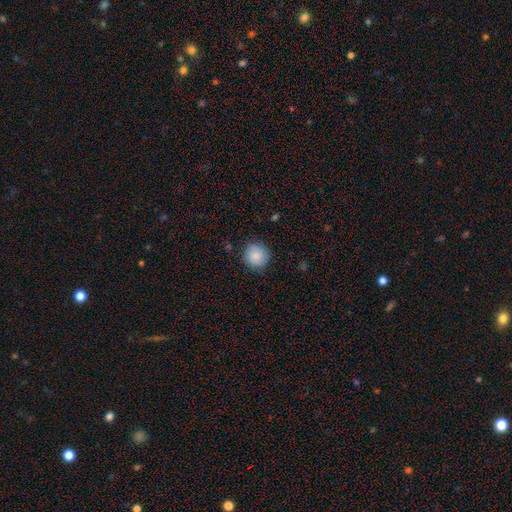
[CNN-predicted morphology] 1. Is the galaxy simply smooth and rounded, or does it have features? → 86% smooth, 8% star or artifact, 6% featured or disk.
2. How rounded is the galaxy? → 93% round, 7% in between, 1% cigar-shaped.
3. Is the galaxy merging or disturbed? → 87% none, 10% minor disturbance, 2% major disturbance, 1% merger.